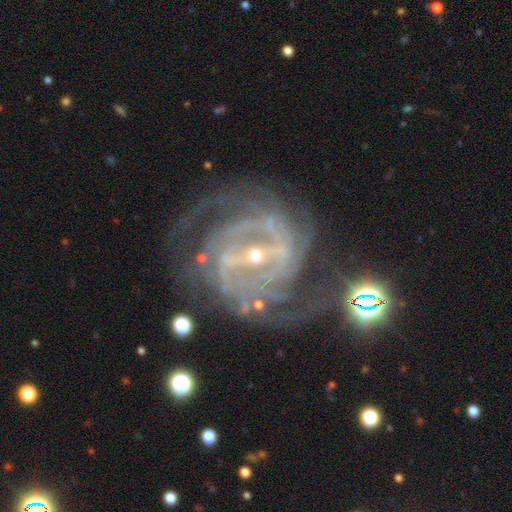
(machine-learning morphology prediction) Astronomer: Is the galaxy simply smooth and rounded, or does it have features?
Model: featured or disk — 91%.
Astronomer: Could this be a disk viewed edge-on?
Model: no — 97%.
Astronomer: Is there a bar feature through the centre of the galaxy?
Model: strong — 58%.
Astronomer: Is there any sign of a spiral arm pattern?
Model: yes — 97%.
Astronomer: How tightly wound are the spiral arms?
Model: tight — 54% (runner-up: medium, 37%).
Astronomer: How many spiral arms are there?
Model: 2 — 26% (runner-up: can't tell, 21%).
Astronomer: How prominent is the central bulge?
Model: small — 68%.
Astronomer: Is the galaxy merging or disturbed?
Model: none — 65%.